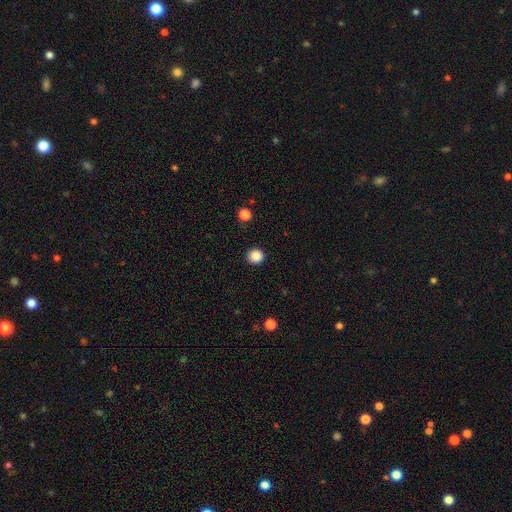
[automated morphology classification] A smooth galaxy with no disk features (86%) that is round (94%).

Vote fractions:
- Smooth or featured? smooth: 86% / star or artifact: 11% / featured or disk: 3%
- How rounded? round: 94% / in between: 5% / cigar-shaped: 1%
- Merging? none: 93% / minor disturbance: 4% / major disturbance: 2% / merger: 1%